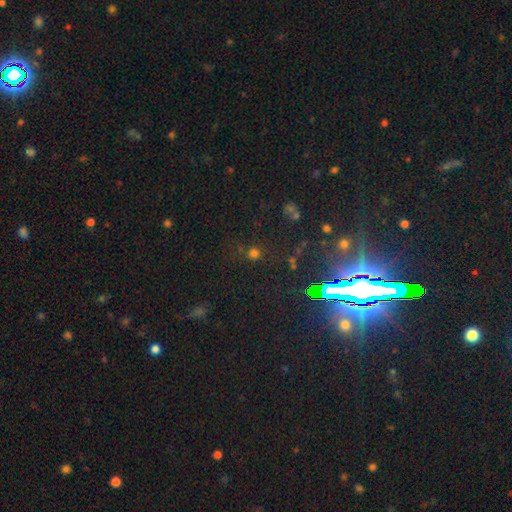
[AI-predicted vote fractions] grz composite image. It shows a star or artifact, not a galaxy (77%).